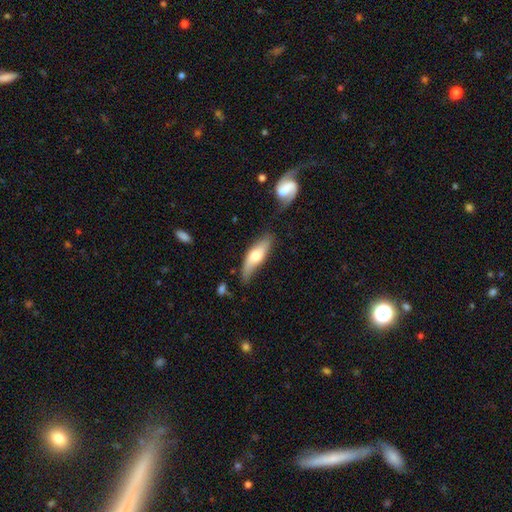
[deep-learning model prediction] Q: Smooth or featured?
A: smooth (55%); runner-up: featured or disk (40%)
Q: How rounded?
A: cigar-shaped (50%); runner-up: in between (47%)
Q: Merging?
A: none (68%); runner-up: minor disturbance (23%)